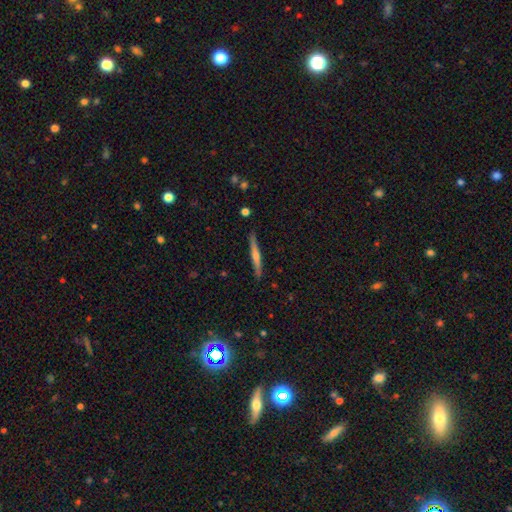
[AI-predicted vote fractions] Smooth or featured? featured or disk (58%)
Edge-on disk? yes (97%)
Edge-on bulge? rounded (66%)
Merging? none (88%)